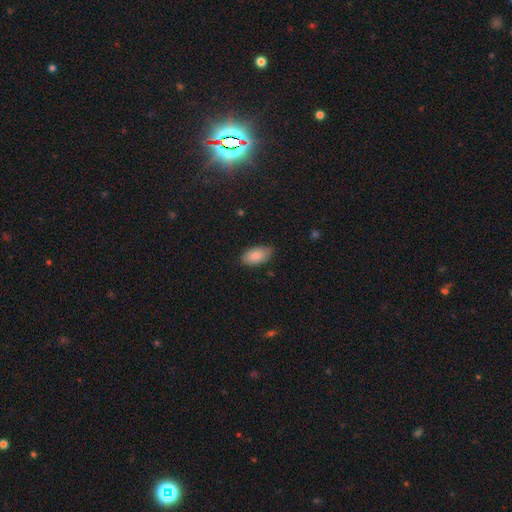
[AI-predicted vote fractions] A smooth galaxy with no disk features (85%) that is in between round and cigar-shaped (94%).

Vote fractions:
- Smooth or featured? smooth: 85% / featured or disk: 9% / star or artifact: 7%
- How rounded? in between: 94% / round: 3% / cigar-shaped: 2%
- Merging? none: 75% / minor disturbance: 21% / major disturbance: 3% / merger: 1%